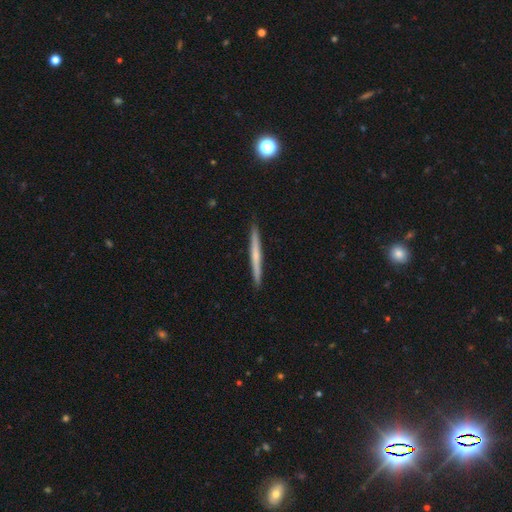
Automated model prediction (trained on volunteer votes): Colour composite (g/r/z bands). It shows a featured or disk galaxy (51%) viewed edge-on (97%). Merging: none (92%).